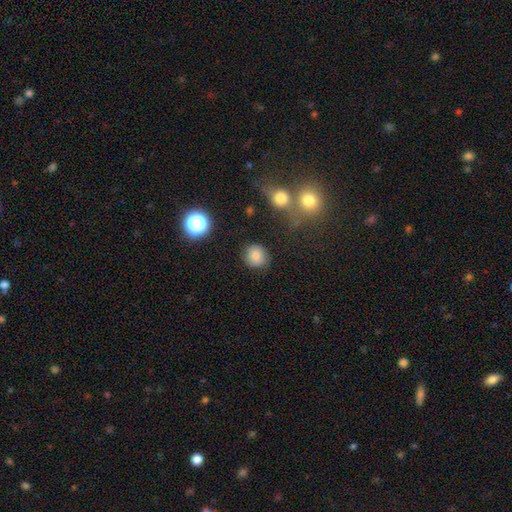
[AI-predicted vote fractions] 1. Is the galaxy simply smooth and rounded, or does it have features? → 80% smooth, 12% star or artifact, 8% featured or disk.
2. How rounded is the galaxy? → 88% round, 11% in between, 1% cigar-shaped.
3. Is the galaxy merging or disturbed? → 83% none, 11% minor disturbance, 3% major disturbance, 3% merger.